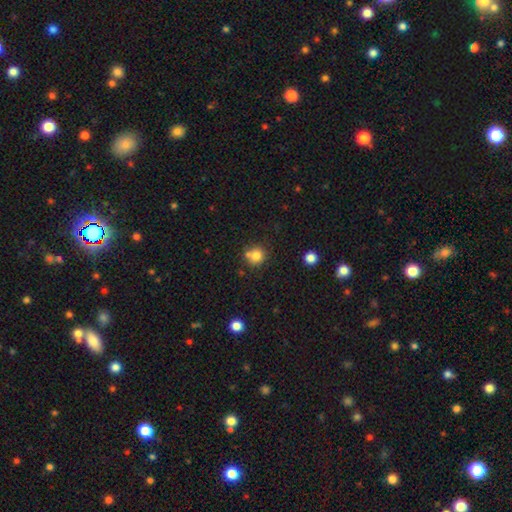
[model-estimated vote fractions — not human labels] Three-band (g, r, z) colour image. It shows a smooth galaxy with no disk features (80%) that is round (87%). Merging: none (62%).